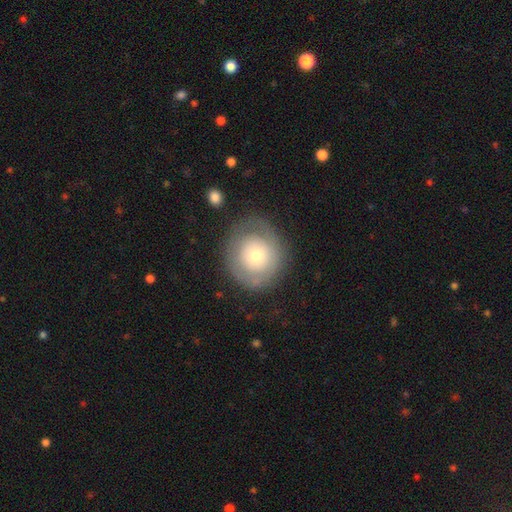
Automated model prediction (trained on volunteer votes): This appears to be a smooth galaxy with no disk features (53%) that is round (85%). Merging: none (75%).